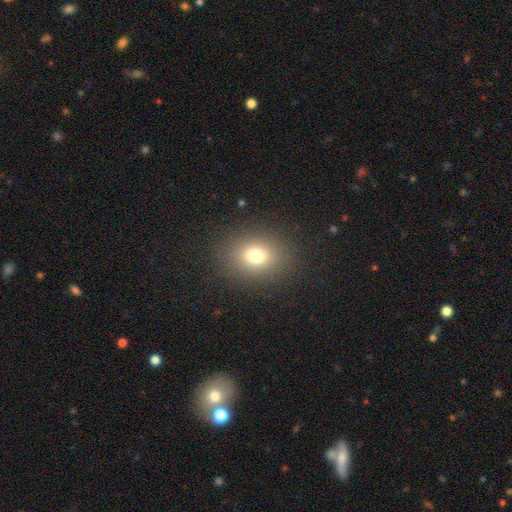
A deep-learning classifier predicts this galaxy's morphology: smooth 74%, star or artifact 16%, featured or disk 10%. Down the decision tree: how rounded — round (59%); merging — none (88%).